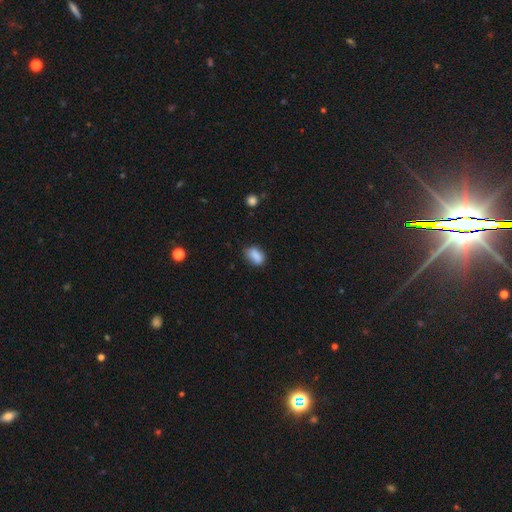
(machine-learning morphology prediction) smooth-or-featured: smooth: 85% | star or artifact: 9% | featured or disk: 6%
  how-rounded: in between: 82% | round: 15% | cigar-shaped: 3%
  merging: none: 67% | minor disturbance: 25% | major disturbance: 5% | merger: 3%